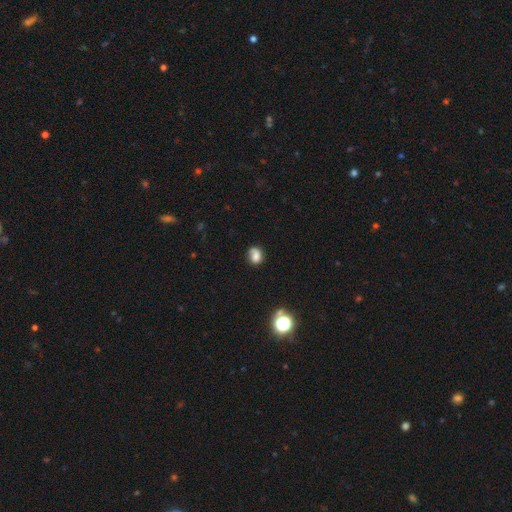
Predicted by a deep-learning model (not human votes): A smooth galaxy with no disk features (69%) that is round (57%). Merging: none (57%).